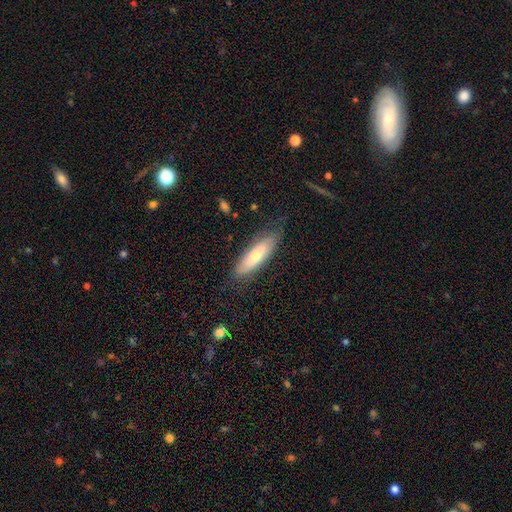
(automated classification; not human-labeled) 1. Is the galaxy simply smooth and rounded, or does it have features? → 61% smooth, 33% featured or disk, 6% star or artifact.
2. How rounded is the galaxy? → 56% cigar-shaped, 42% in between, 2% round.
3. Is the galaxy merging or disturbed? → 76% none, 18% minor disturbance, 5% major disturbance, 1% merger.